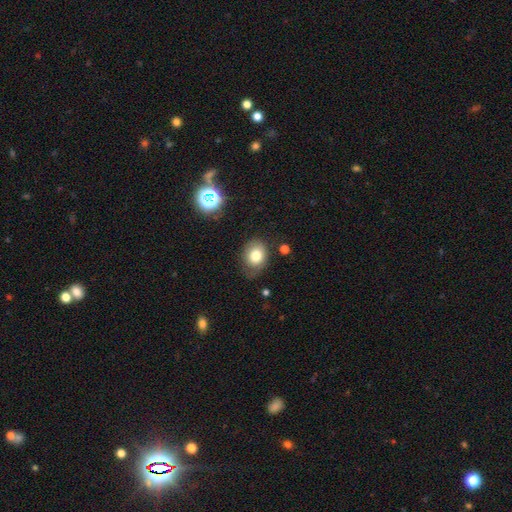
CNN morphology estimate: smooth 77%, featured or disk 13%, star or artifact 10%. Down the decision tree: how rounded — in between (59%); merging — none (64%).